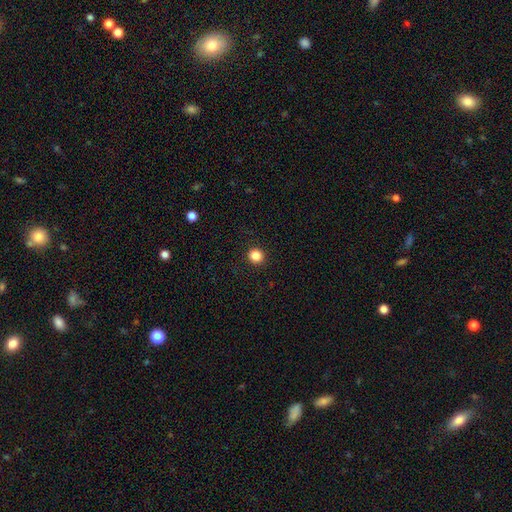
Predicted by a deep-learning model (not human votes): Q: Smooth or featured?
A: smooth (85%); runner-up: star or artifact (11%)
Q: How rounded?
A: round (92%); runner-up: in between (7%)
Q: Merging?
A: none (92%); runner-up: minor disturbance (5%)